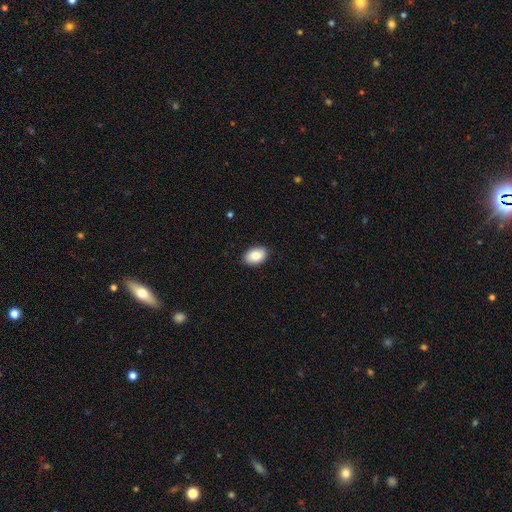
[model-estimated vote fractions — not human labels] smooth-or-featured: smooth: 86% | featured or disk: 7% | star or artifact: 7%
  how-rounded: in between: 88% | round: 11% | cigar-shaped: 1%
  merging: none: 89% | minor disturbance: 8% | major disturbance: 2% | merger: 1%